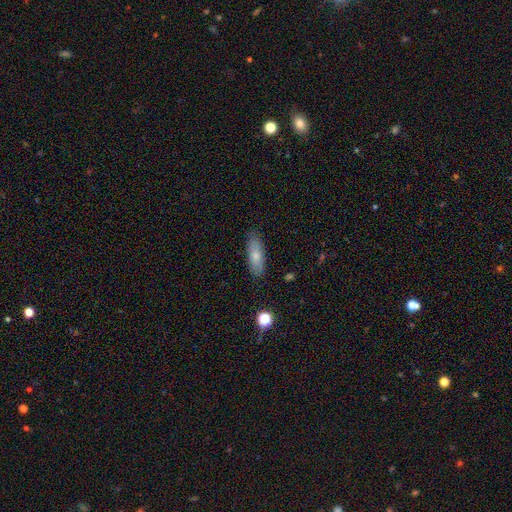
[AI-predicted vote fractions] smooth_or_featured: smooth (p=0.76) [alt: featured or disk p=0.17]
how_rounded: in between (p=0.67) [alt: cigar-shaped p=0.30]
merging: none (p=0.85) [alt: minor disturbance p=0.11]